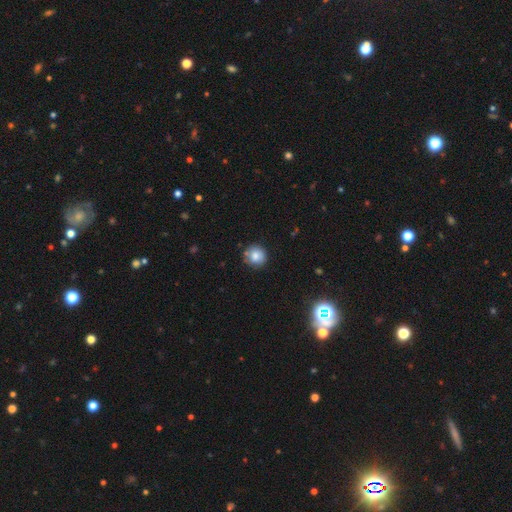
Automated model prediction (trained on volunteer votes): This is clearly a smooth galaxy (81%). How rounded: clearly round (90%). Merging: clearly none (80%).